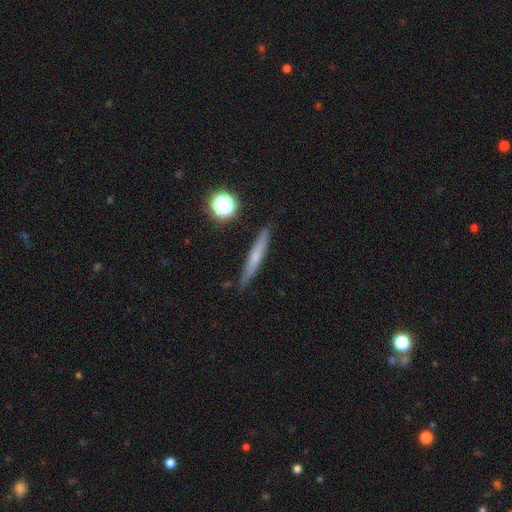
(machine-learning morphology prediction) type=smooth (56%); roundness=cigar-shaped (93%); merging=none (87%).